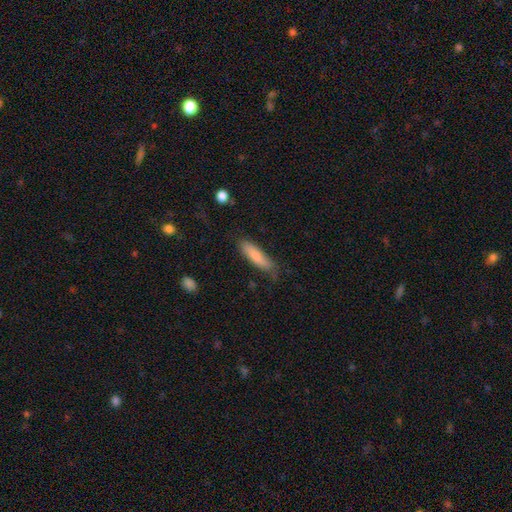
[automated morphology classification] Smooth or featured? smooth (82%)
How rounded? cigar-shaped (73%)
Merging? none (75%)